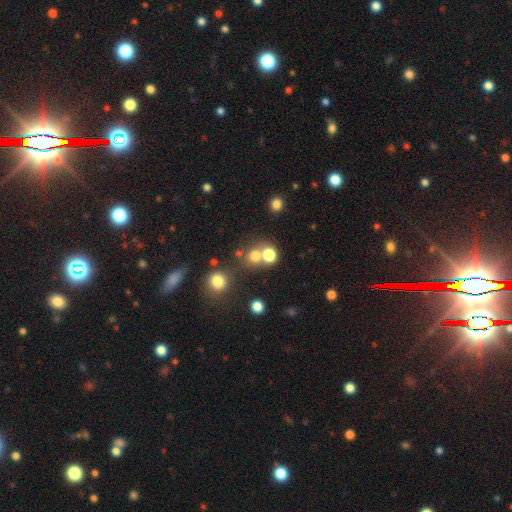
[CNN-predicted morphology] smooth-or-featured: smooth: 70% | star or artifact: 20% | featured or disk: 9%
  how-rounded: round: 84% | in between: 15% | cigar-shaped: 1%
  merging: none: 57% | merger: 32% | minor disturbance: 7% | major disturbance: 4%